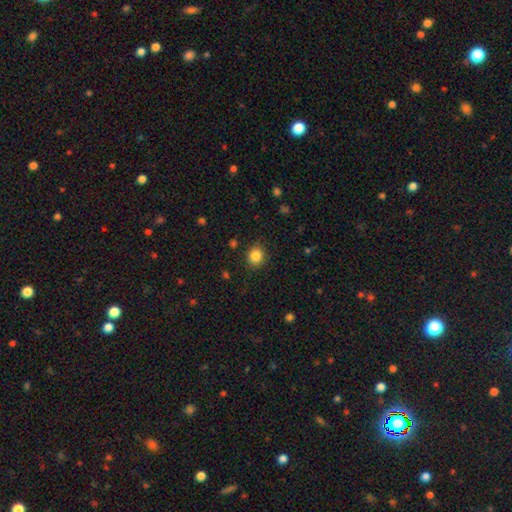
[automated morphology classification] smooth 85%, star or artifact 11%, featured or disk 5%. Down the decision tree: how rounded — round (79%); merging — none (87%).